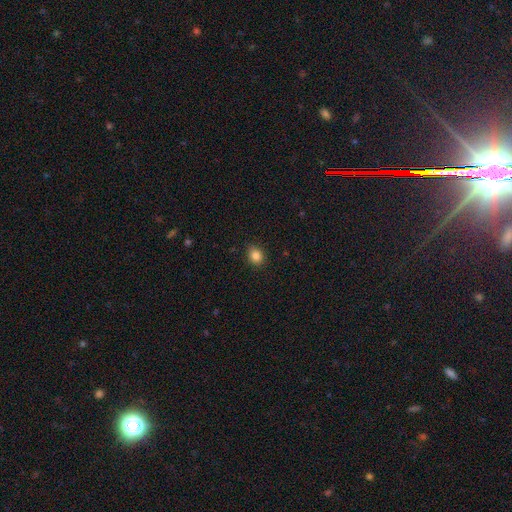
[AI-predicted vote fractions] Overall: smooth (85%). How rounded: round (59%; in between 40%). Merging: none (87%).